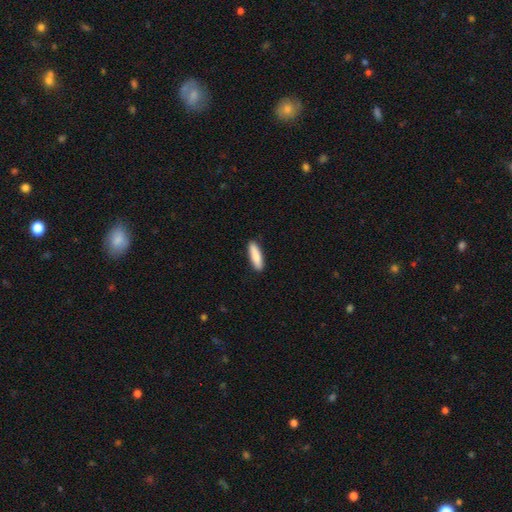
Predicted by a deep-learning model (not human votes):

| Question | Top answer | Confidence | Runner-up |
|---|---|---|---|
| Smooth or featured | smooth | 87% | featured or disk (7%) |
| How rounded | cigar-shaped | 63% | in between (35%) |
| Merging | none | 90% | minor disturbance (7%) |